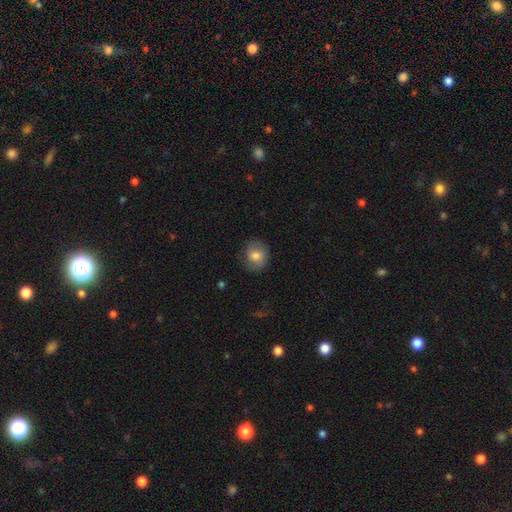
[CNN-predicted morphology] This appears to be a smooth galaxy with no disk features (75%) that is round (76%). Merging: none (76%).